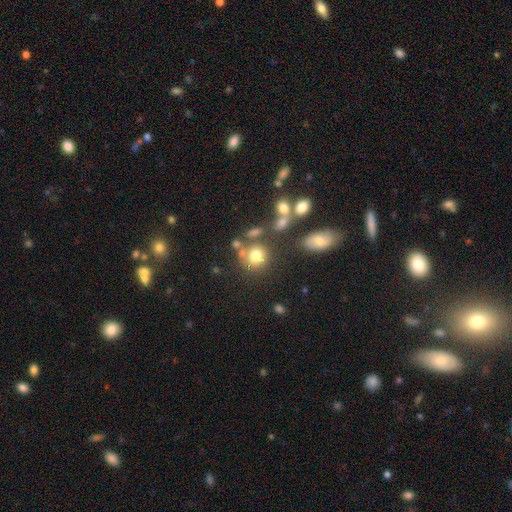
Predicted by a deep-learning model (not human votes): A smooth galaxy with no disk features (74%) that is round (82%).

Vote fractions:
- Smooth or featured? smooth: 74% / star or artifact: 14% / featured or disk: 12%
- How rounded? round: 82% / in between: 17% / cigar-shaped: 1%
- Merging? none: 59% / merger: 20% / minor disturbance: 13% / major disturbance: 8%